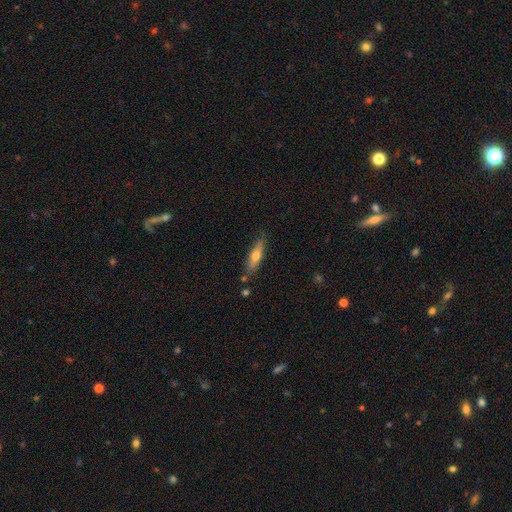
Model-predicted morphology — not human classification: This appears to be a smooth galaxy with no disk features (61%) that is cigar-shaped (69%). Merging: none (78%).